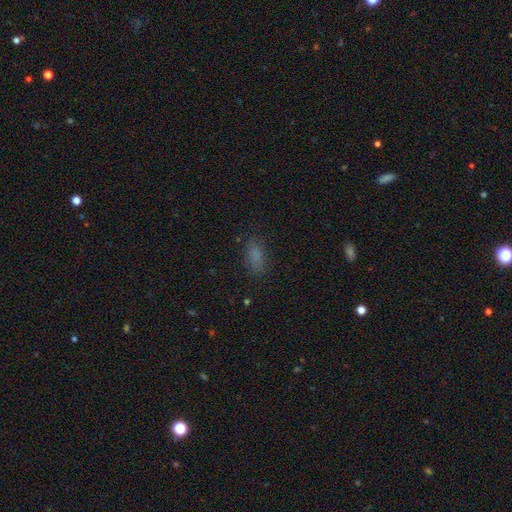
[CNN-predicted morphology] Overall: smooth (80%). How rounded: in between (81%). Merging: none (79%).